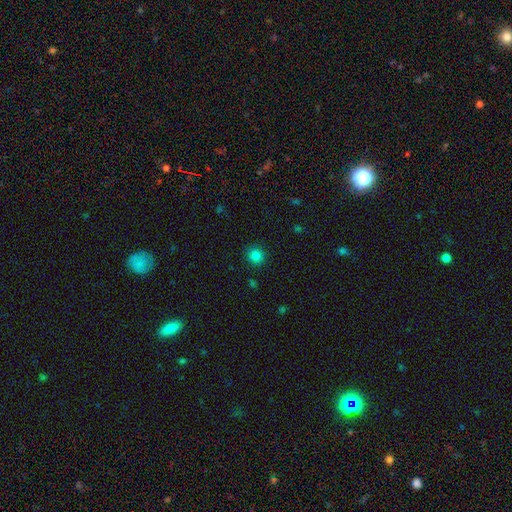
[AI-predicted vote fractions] A smooth galaxy with no disk features (82%) that is round (93%). Merging: none (91%).